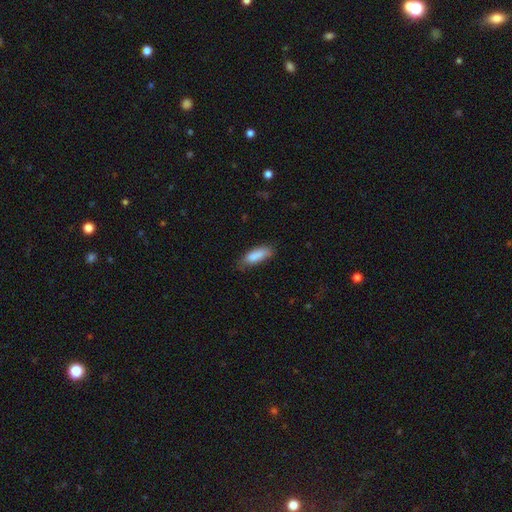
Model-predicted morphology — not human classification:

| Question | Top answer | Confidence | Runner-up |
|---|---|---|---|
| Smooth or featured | smooth | 86% | featured or disk (8%) |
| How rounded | in between | 62% | cigar-shaped (37%) |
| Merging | none | 65% | minor disturbance (27%) |